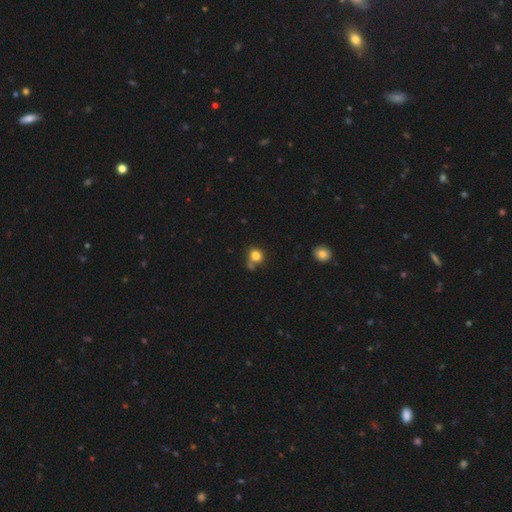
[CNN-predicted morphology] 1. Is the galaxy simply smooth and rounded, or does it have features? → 82% smooth, 12% star or artifact, 6% featured or disk.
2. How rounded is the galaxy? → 83% round, 16% in between, 1% cigar-shaped.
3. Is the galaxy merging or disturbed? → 62% none, 18% merger, 15% minor disturbance, 5% major disturbance.